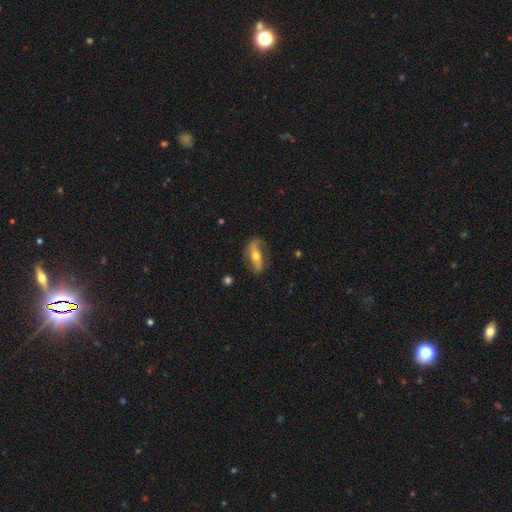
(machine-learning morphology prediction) Smooth or featured?
  - featured or disk: 70% *
  - smooth: 24%
  - star or artifact: 6%
Edge-on disk?
  - no: 76% *
  - yes: 24%
Bar?
  - strong: 49% *
  - no: 29%
  - weak: 22%
Spiral arms?
  - yes: 79% *
  - no: 21%
Bulge size?
  - moderate: 69% *
  - small: 23%
  - large: 5%
  - none: 1%
  - dominant: 1%
Merging?
  - none: 72% *
  - minor disturbance: 18%
  - major disturbance: 8%
  - merger: 2%